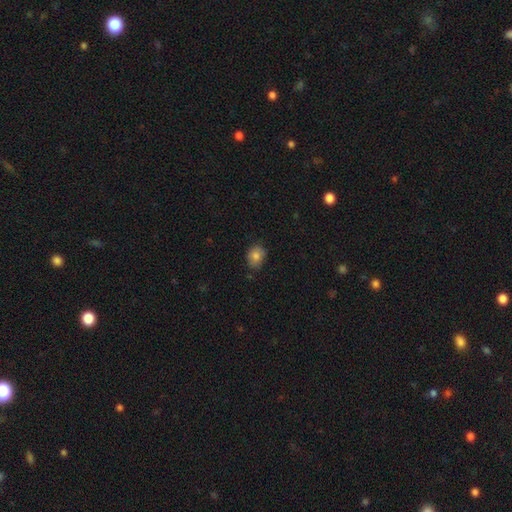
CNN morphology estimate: A smooth galaxy with no disk features (83%) that is in between round and cigar-shaped (52%). Merging: none (75%).